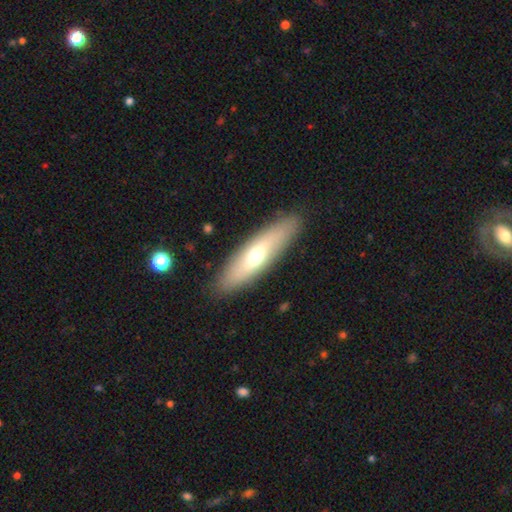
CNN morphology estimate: Smooth or featured? smooth (56%)
How rounded? cigar-shaped (66%)
Merging? none (88%)